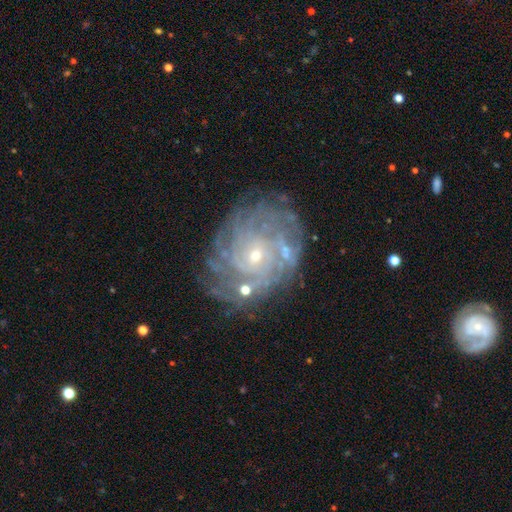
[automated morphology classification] Smooth or featured: featured or disk — 85% (smooth — 8%)
Edge-on disk: no — 97% (yes — 3%)
Bar: no — 75% (weak — 20%)
Spiral arms: yes — 94% (no — 6%)
Spiral winding: tight — 76% (medium — 19%)
Spiral arm count: can't tell — 35% (more than 4 — 24%)
Bulge size: small — 70% (moderate — 27%)
Merging: none — 74% (minor disturbance — 16%)